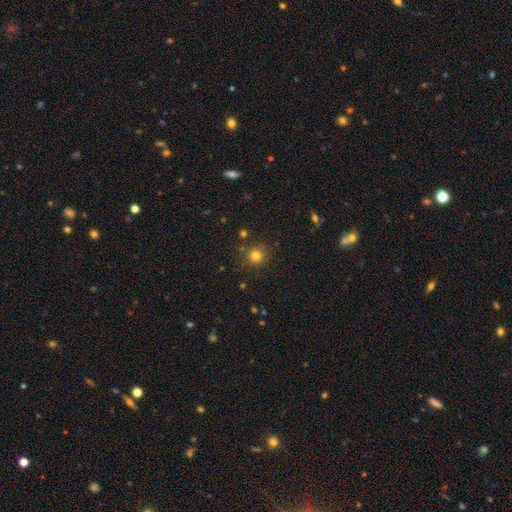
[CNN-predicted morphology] smooth 79%, star or artifact 15%, featured or disk 6%. Down the decision tree: how rounded — round (92%); merging — none (84%).